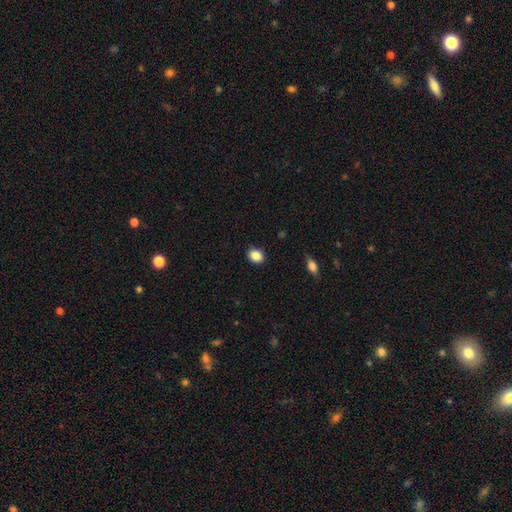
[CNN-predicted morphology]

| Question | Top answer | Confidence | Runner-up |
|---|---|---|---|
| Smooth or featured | smooth | 88% | star or artifact (9%) |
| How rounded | in between | 60% | round (39%) |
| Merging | none | 87% | minor disturbance (10%) |